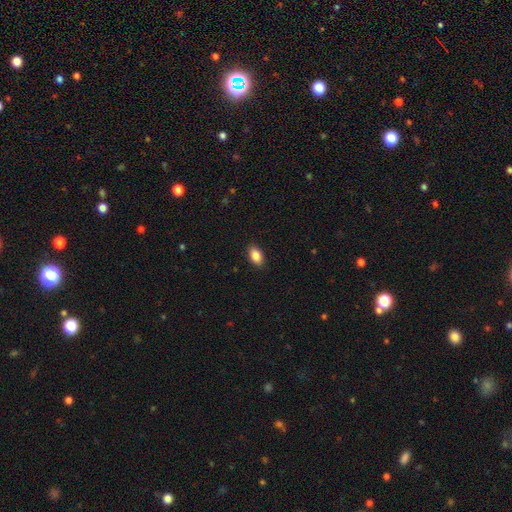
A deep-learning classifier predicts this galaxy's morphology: A smooth galaxy with no disk features (87%) that is in between round and cigar-shaped (91%). Merging: none (89%).